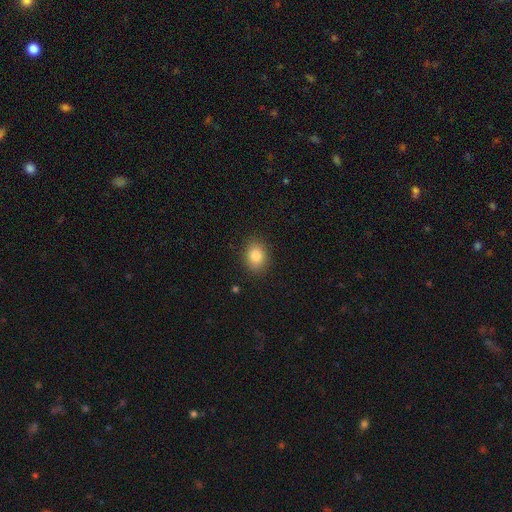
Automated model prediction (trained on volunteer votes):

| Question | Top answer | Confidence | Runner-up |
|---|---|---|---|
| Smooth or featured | smooth | 82% | star or artifact (10%) |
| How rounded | in between | 52% | round (47%) |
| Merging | none | 88% | minor disturbance (9%) |